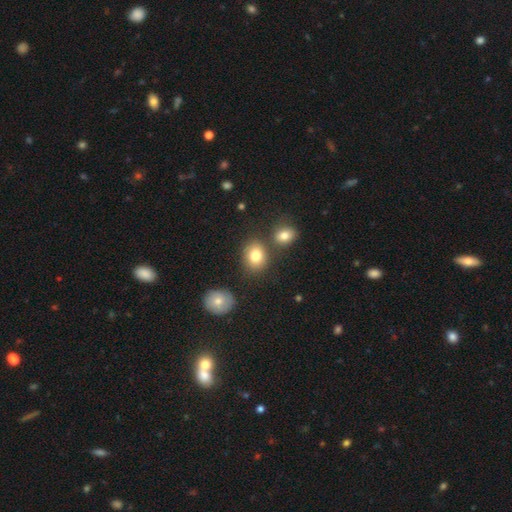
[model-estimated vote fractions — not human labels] A smooth galaxy with no disk features (81%) that is round (57%). Merging: none (73%).